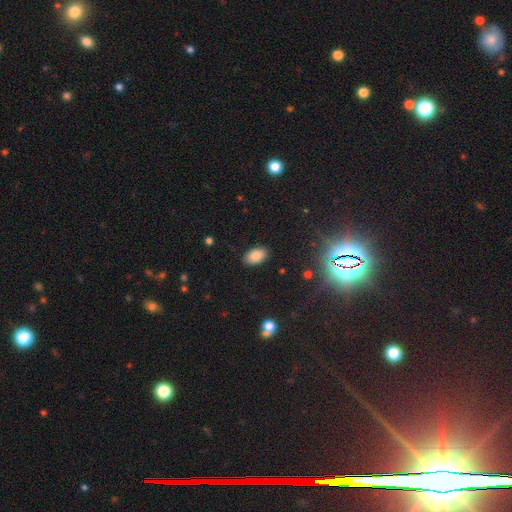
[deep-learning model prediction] Smooth or featured? Predicted: smooth (p=0.86). How rounded? Predicted: in between (p=0.93). Merging? Predicted: none (p=0.87).